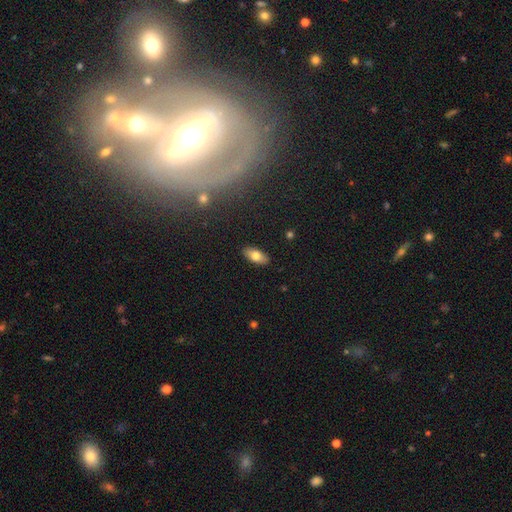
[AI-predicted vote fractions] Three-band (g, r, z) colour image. It shows a smooth galaxy with no disk features (75%) that is in between round and cigar-shaped (89%). Merging: none (89%).